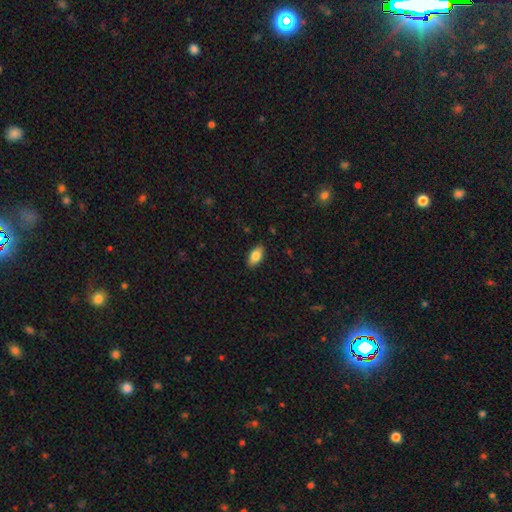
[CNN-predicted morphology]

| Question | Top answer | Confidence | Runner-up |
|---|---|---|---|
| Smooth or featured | smooth | 83% | featured or disk (10%) |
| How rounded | in between | 92% | cigar-shaped (5%) |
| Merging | none | 88% | minor disturbance (9%) |